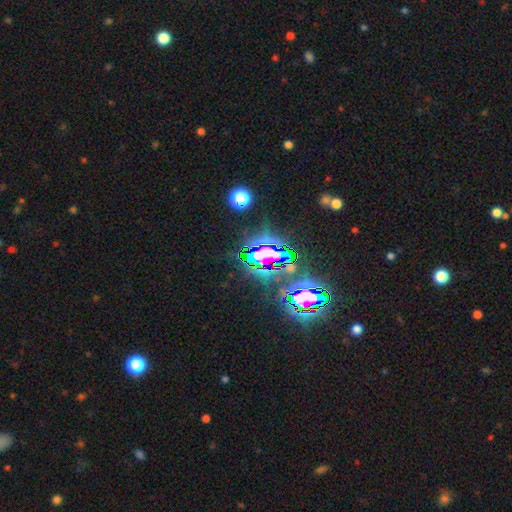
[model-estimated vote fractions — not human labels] star or artifact 82%, smooth 10%, featured or disk 8%.